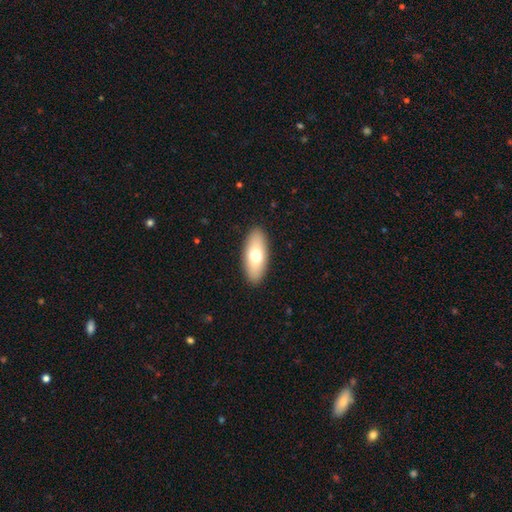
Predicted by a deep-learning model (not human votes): smooth 69%, featured or disk 25%, star or artifact 6%. Down the decision tree: how rounded — in between (82%); merging — none (90%).